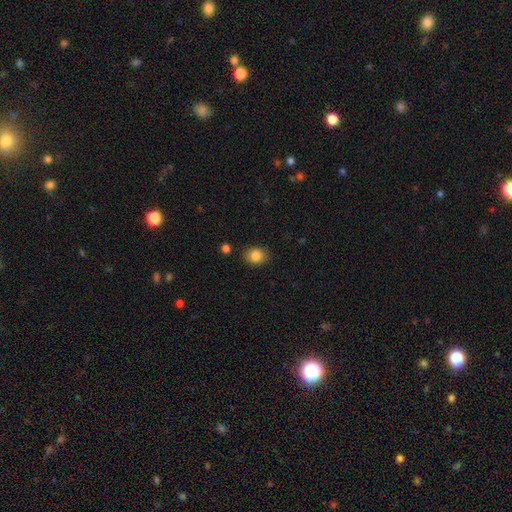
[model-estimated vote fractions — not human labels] Smooth or featured? Predicted: smooth (p=0.85). How rounded? Predicted: round (p=0.57). Merging? Predicted: none (p=0.85).